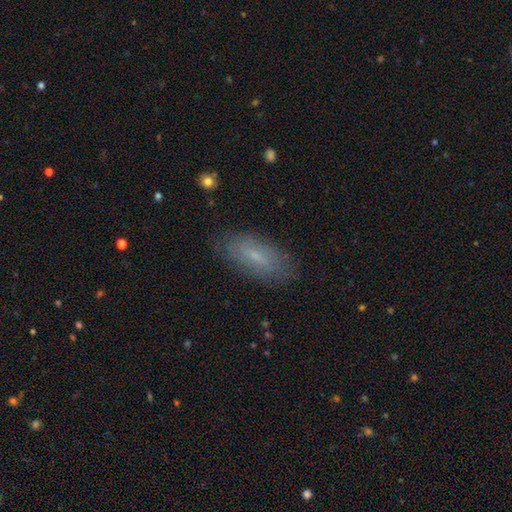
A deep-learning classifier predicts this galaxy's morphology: This is likely a smooth galaxy (61%). How rounded: likely in between (74%). Merging: clearly none (83%).